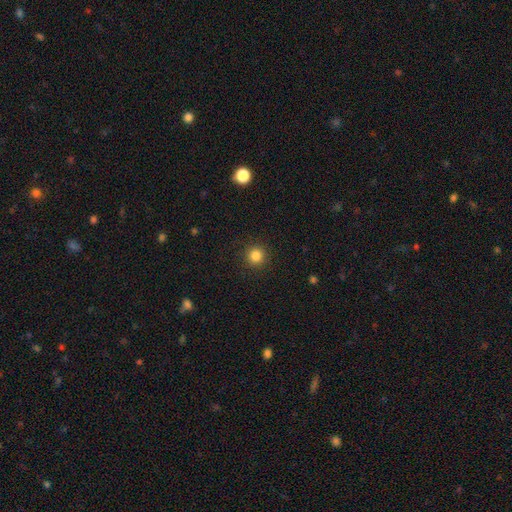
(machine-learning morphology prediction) Q: Smooth or featured?
A: smooth (84%); runner-up: star or artifact (12%)
Q: How rounded?
A: round (95%); runner-up: in between (4%)
Q: Merging?
A: none (92%); runner-up: minor disturbance (5%)